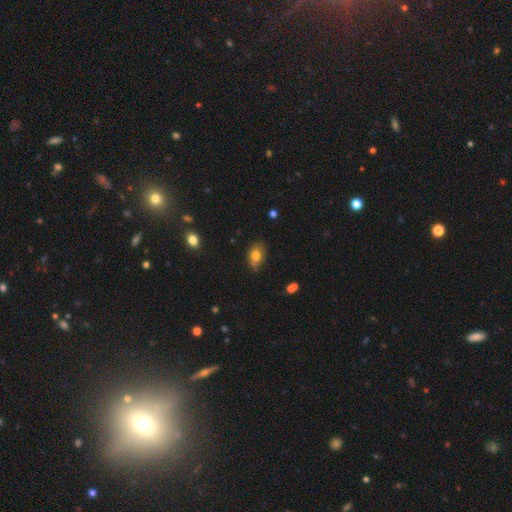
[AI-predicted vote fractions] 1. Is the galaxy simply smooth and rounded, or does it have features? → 75% smooth, 15% featured or disk, 10% star or artifact.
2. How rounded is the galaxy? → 81% in between, 17% round, 2% cigar-shaped.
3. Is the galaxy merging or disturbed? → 60% none, 31% minor disturbance, 6% major disturbance, 3% merger.